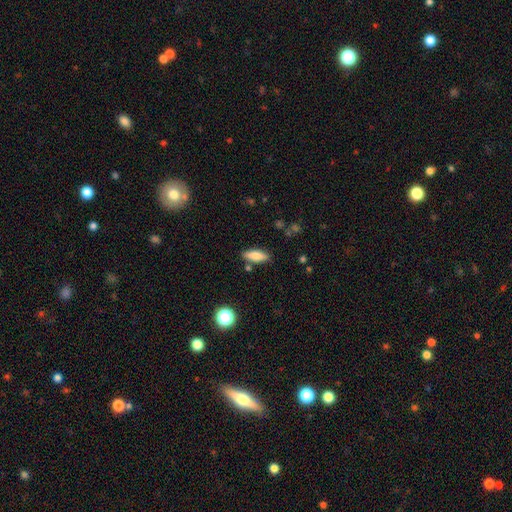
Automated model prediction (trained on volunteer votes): smooth 75%, featured or disk 18%, star or artifact 8%. Down the decision tree: how rounded — in between (64%); merging — none (82%).